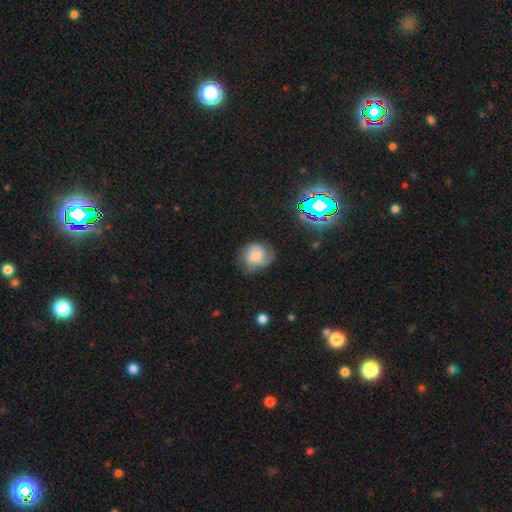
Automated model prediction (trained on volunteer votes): A smooth galaxy with no disk features (60%) that is round (64%).

Vote fractions:
- Smooth or featured? smooth: 60% / featured or disk: 29% / star or artifact: 11%
- How rounded? round: 64% / in between: 35% / cigar-shaped: 1%
- Merging? none: 55% / minor disturbance: 30% / major disturbance: 13% / merger: 2%